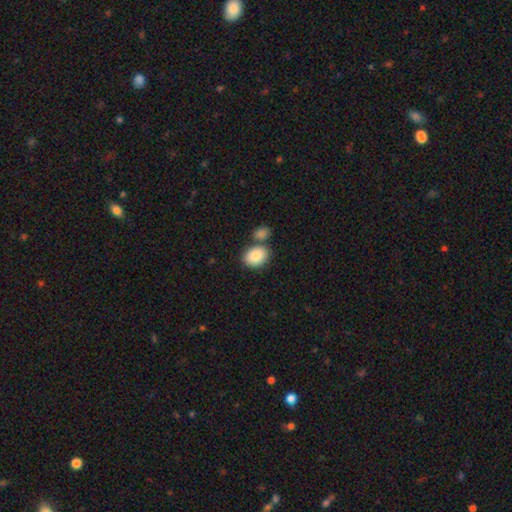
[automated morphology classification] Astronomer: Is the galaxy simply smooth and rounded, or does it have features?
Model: smooth — 86%.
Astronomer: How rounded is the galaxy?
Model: in between — 73%.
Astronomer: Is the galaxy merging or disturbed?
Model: none — 59%.